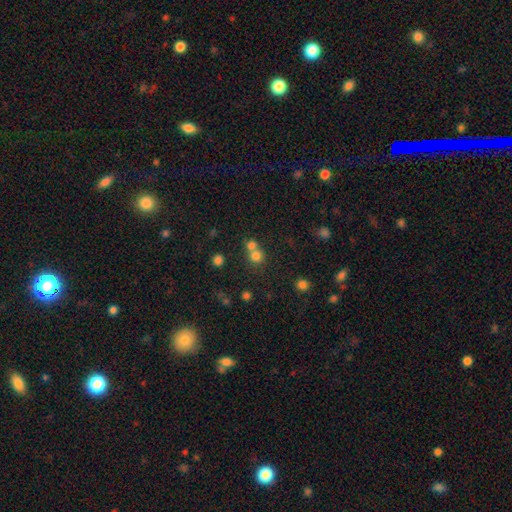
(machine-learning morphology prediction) smooth_or_featured: smooth (p=0.74) [alt: star or artifact p=0.16]
how_rounded: round (p=0.86) [alt: in between p=0.13]
merging: merger (p=0.49) [alt: none p=0.43]